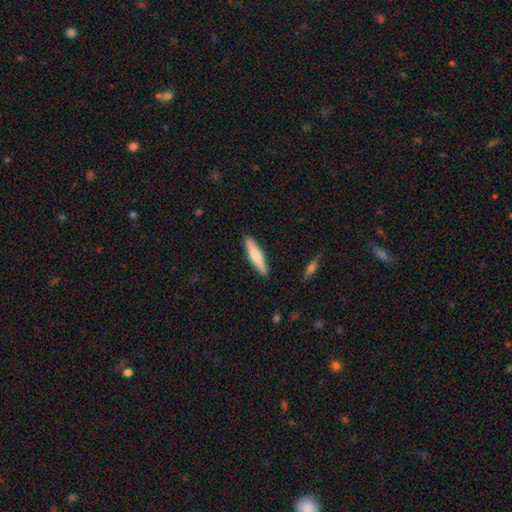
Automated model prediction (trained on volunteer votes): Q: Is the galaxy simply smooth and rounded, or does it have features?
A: smooth — 70%.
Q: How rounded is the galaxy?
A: cigar-shaped — 83%.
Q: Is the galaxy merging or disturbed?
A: none — 89%.